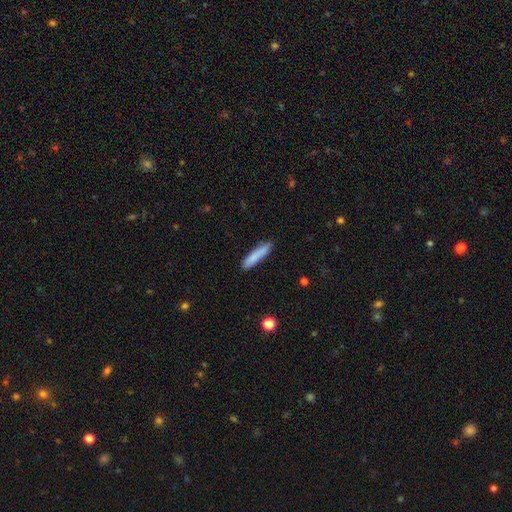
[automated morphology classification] type=smooth (82%); roundness=cigar-shaped (87%); merging=none (85%).